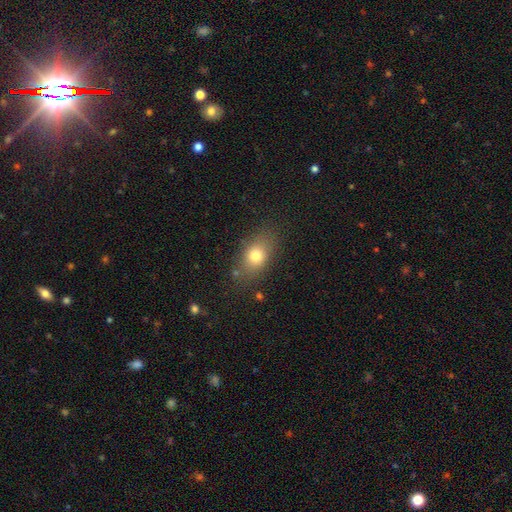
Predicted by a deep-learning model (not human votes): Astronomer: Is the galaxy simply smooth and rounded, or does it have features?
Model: smooth — 76%.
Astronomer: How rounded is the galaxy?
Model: in between — 71%.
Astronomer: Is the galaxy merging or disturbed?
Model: none — 78%.